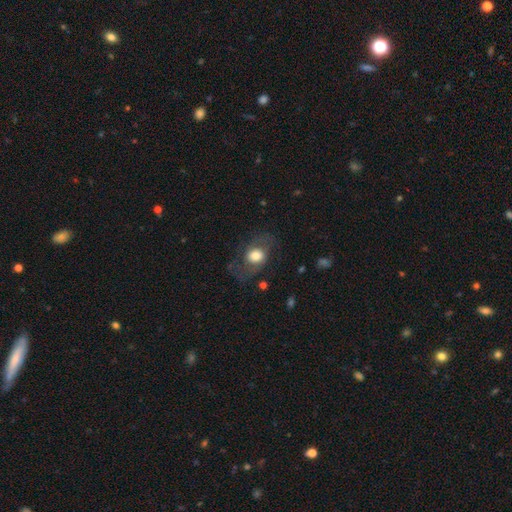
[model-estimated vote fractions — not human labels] The model was most divided on "how rounded": in between: 50%, round: 49%, cigar-shaped: 1%. More confident: merging — none (62%); smooth or featured — smooth (61%).